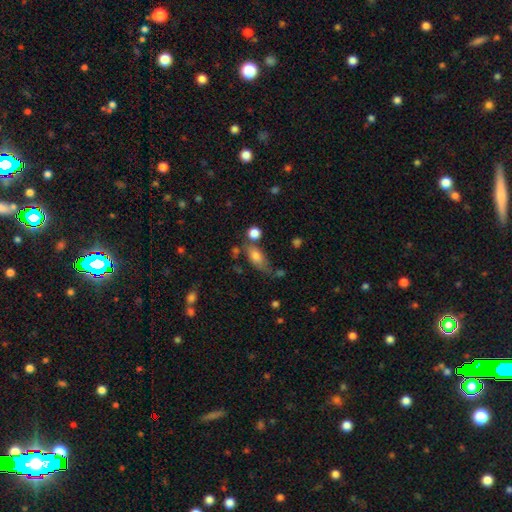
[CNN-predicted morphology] Smooth or featured? Predicted: smooth (p=0.75). How rounded? Predicted: in between (p=0.80). Merging? Predicted: none (p=0.47).